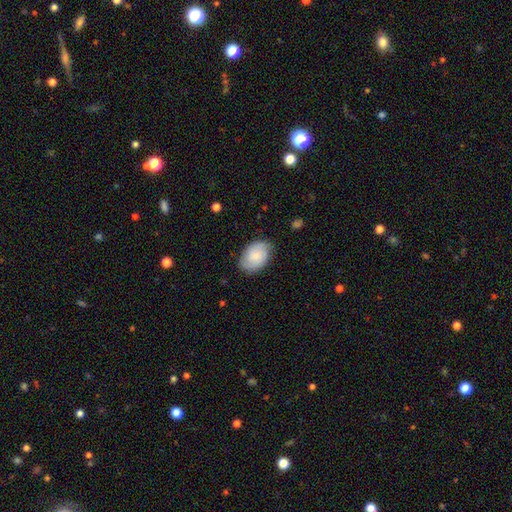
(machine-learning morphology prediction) type=smooth (67%); roundness=in between (87%); merging=none (77%).